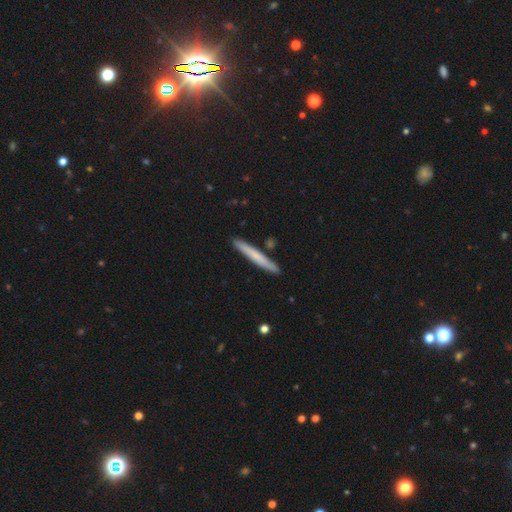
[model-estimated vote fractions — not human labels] Overall: smooth (63%; featured or disk 32%). How rounded: cigar-shaped (96%). Merging: none (87%).